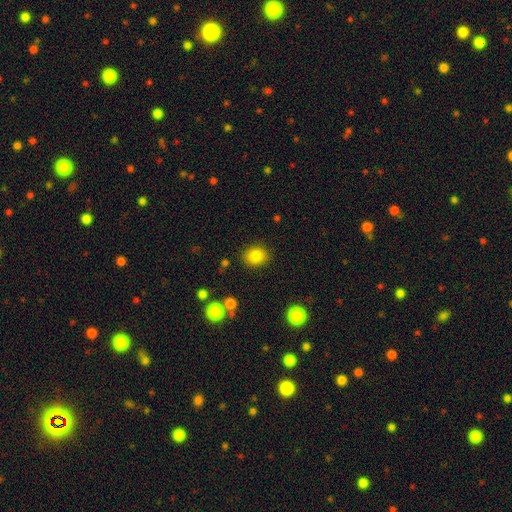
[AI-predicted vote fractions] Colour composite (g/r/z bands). It shows a smooth galaxy with no disk features (83%) that is round (65%). Merging: none (88%).